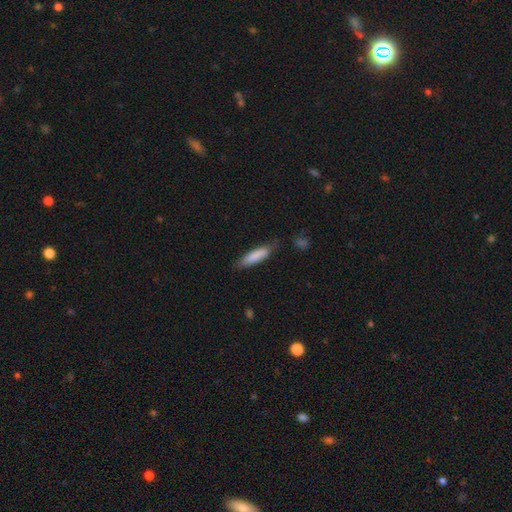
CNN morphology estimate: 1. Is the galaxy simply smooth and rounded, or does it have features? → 84% smooth, 11% featured or disk, 6% star or artifact.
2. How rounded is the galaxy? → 71% cigar-shaped, 27% in between, 1% round.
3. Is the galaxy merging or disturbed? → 73% none, 20% minor disturbance, 4% major disturbance, 2% merger.